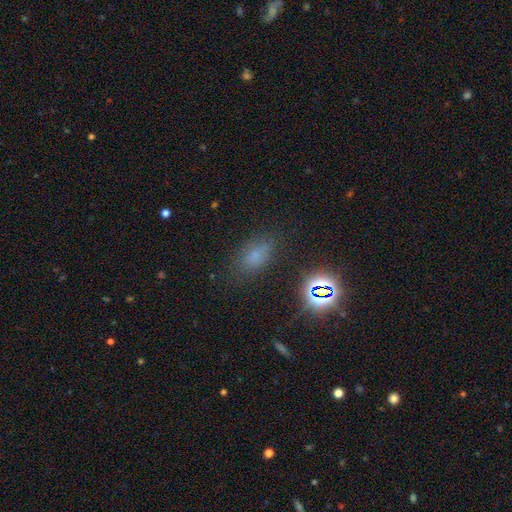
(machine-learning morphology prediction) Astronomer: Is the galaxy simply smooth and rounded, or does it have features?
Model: smooth — 61%.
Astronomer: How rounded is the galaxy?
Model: in between — 85%.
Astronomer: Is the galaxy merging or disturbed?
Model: none — 73%.